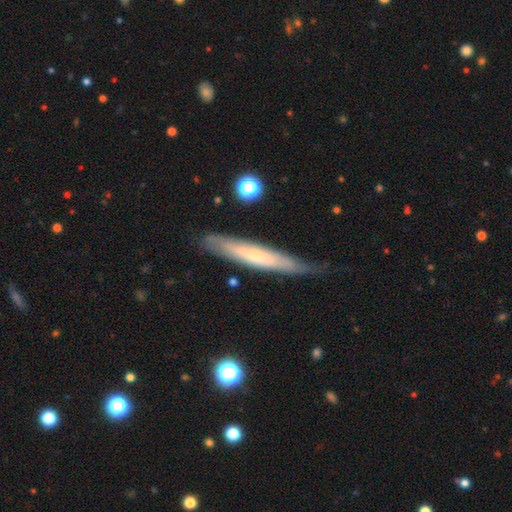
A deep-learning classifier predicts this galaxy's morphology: smooth-or-featured: smooth: 48% | featured or disk: 46% | star or artifact: 6%
  merging: none: 73% | minor disturbance: 21% | major disturbance: 4% | merger: 2%